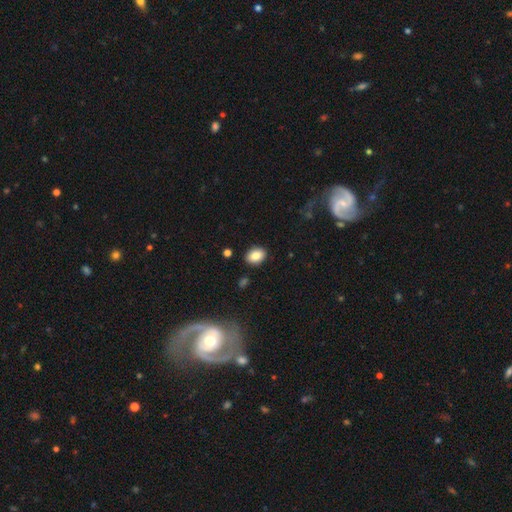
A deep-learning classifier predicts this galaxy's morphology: smooth 85%, star or artifact 9%, featured or disk 7%. Down the decision tree: how rounded — in between (73%); merging — none (88%).